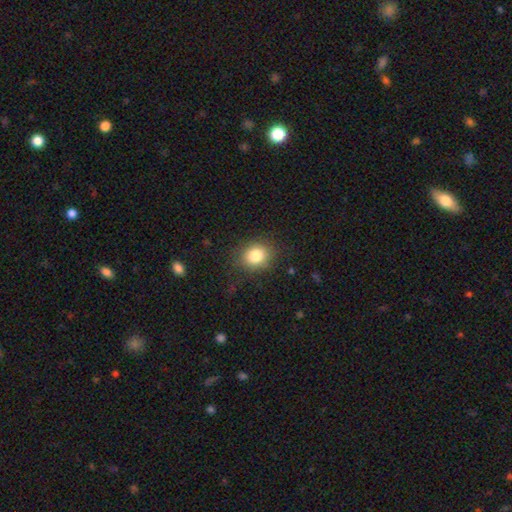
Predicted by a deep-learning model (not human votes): Smooth or featured: smooth — 82% (star or artifact — 11%)
How rounded: round — 67% (in between — 32%)
Merging: none — 83% (minor disturbance — 11%)